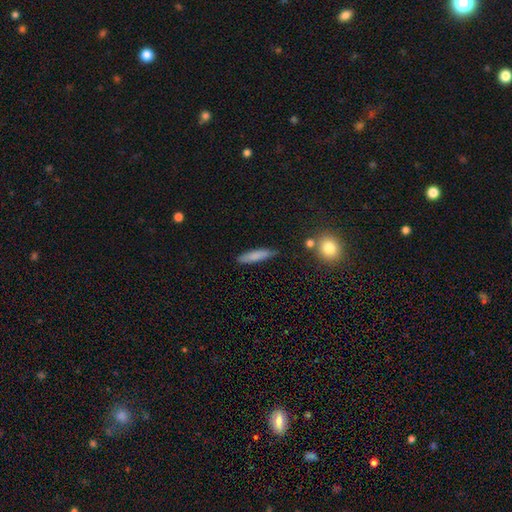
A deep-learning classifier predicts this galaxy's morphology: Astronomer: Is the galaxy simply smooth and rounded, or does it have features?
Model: smooth — 79%.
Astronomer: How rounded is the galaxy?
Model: cigar-shaped — 84%.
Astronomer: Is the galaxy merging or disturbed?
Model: none — 81%.